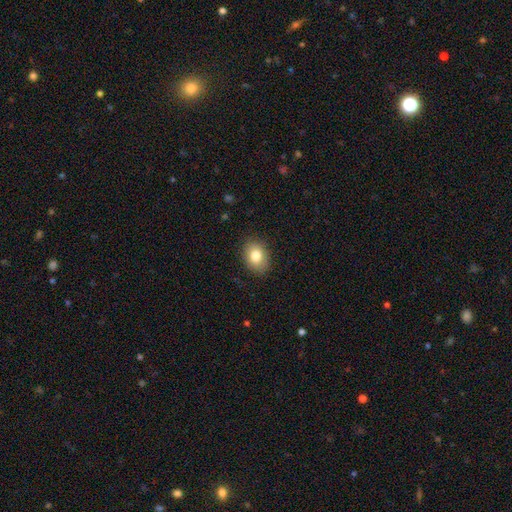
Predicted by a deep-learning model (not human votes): Smooth or featured: smooth — 81% (featured or disk — 10%)
How rounded: in between — 71% (round — 28%)
Merging: none — 87% (minor disturbance — 10%)